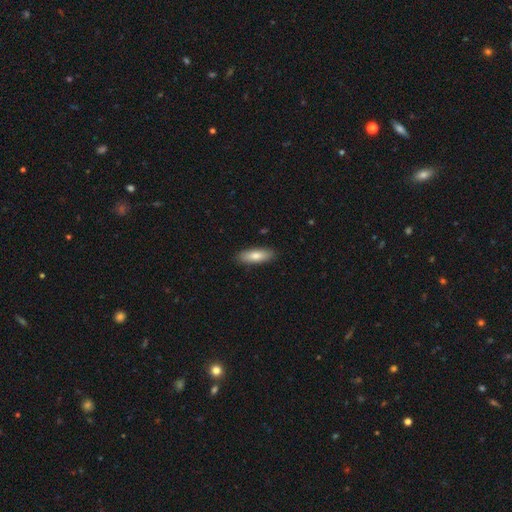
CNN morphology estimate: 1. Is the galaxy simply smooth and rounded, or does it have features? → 79% smooth, 15% featured or disk, 6% star or artifact.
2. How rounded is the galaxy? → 63% in between, 35% cigar-shaped, 2% round.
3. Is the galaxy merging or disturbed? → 88% none, 9% minor disturbance, 2% major disturbance, 1% merger.